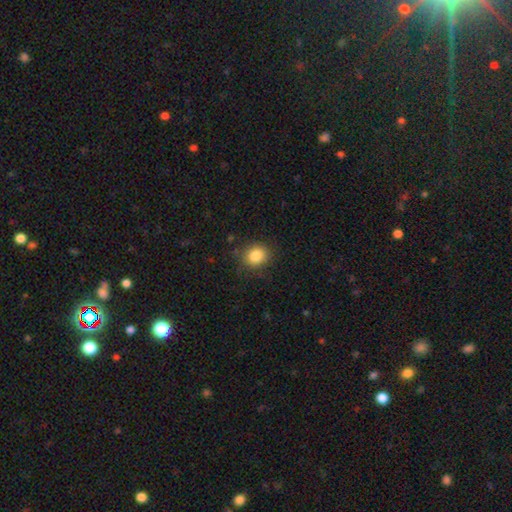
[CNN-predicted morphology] smooth_or_featured: smooth (p=0.85) [alt: star or artifact p=0.10]
how_rounded: round (p=0.73) [alt: in between p=0.26]
merging: none (p=0.84) [alt: minor disturbance p=0.11]